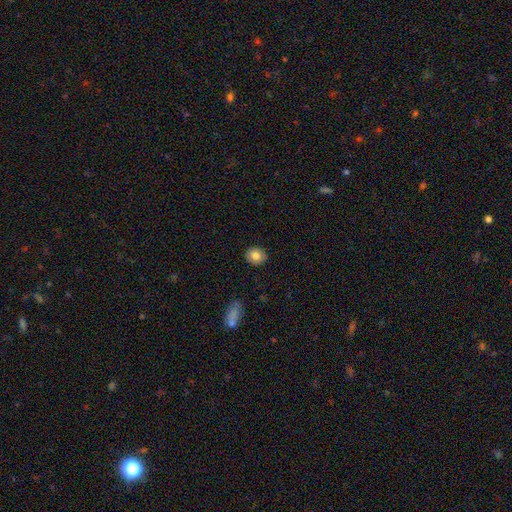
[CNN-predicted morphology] This appears to be a smooth galaxy with no disk features (81%) that is round (67%). Merging: none (88%).